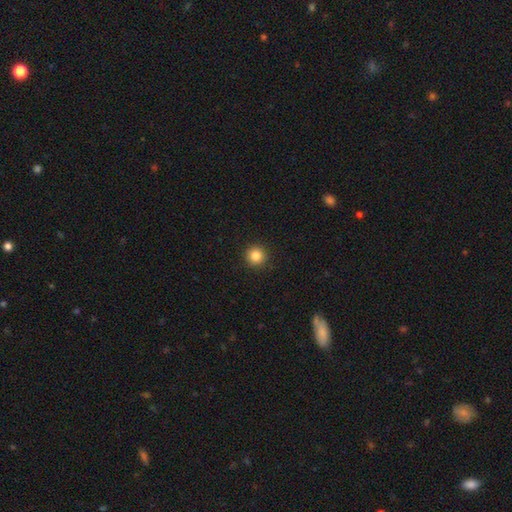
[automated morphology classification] The model was most divided on "smooth or featured": smooth: 85%, star or artifact: 11%, featured or disk: 4%. More confident: how rounded — round (95%); merging — none (93%).